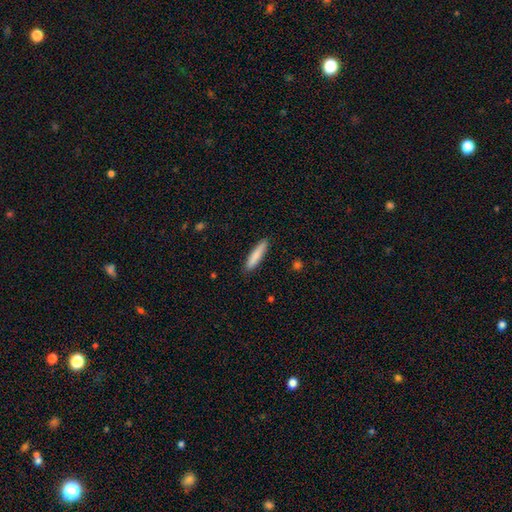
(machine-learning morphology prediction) type=smooth (84%); roundness=cigar-shaped (86%); merging=none (89%).